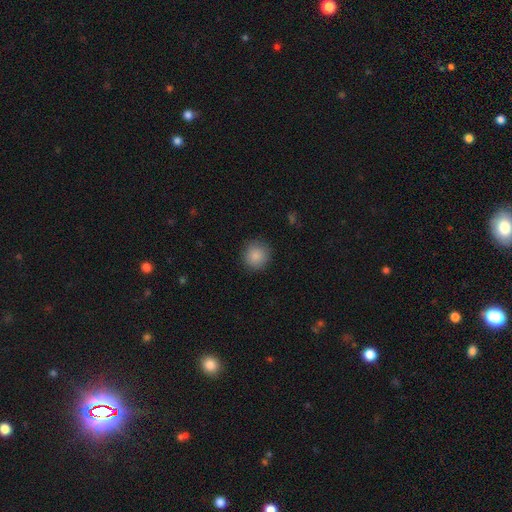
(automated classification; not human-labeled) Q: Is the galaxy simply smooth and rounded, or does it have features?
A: smooth — 88%.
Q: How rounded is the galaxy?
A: round — 93%.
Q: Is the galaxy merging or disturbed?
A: none — 88%.